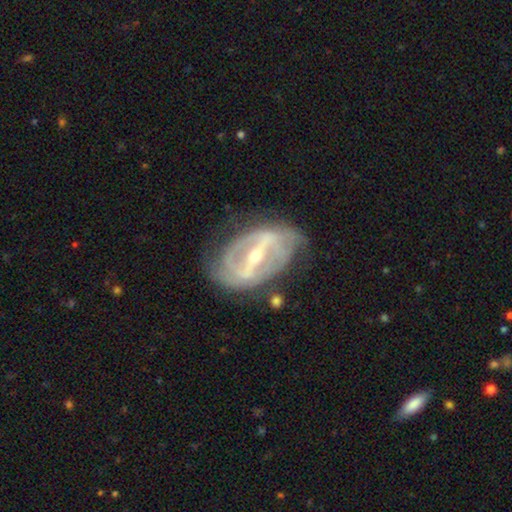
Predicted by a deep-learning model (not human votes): Smooth or featured? featured or disk (87%)
Edge-on disk? no (93%)
Bar? strong (79%)
Spiral arms? yes (78%)
Spiral winding? tight (46%)
Spiral arm count? 2 (58%)
Bulge size? small (51%)
Merging? none (66%)